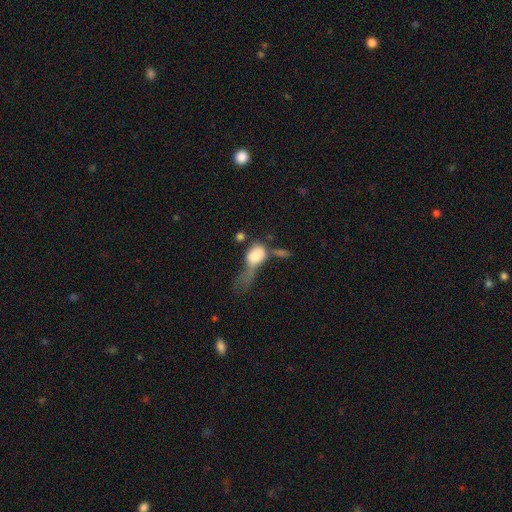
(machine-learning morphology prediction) A smooth galaxy with no disk features (68%) that is in between round and cigar-shaped (72%). Merging: major disturbance (52%).